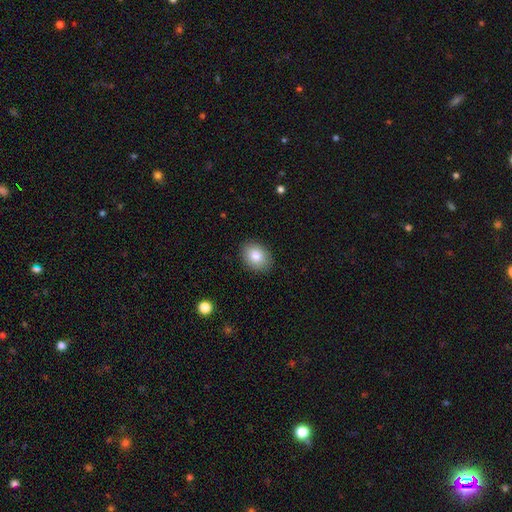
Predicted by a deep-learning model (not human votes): Overall: smooth (84%). How rounded: in between (69%; round 31%). Merging: none (88%).